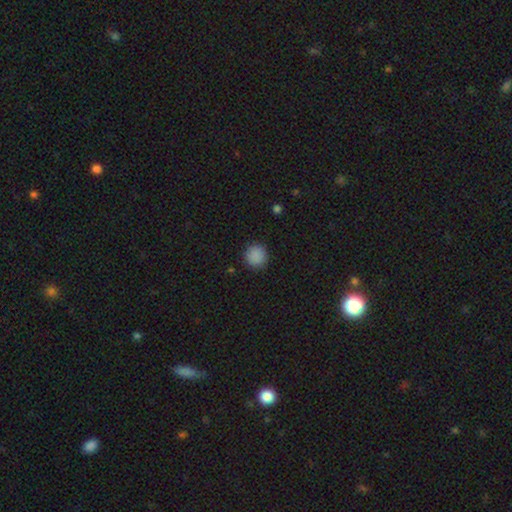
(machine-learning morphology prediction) smooth_or_featured: smooth (p=0.88) [alt: star or artifact p=0.10]
how_rounded: round (p=0.93) [alt: in between p=0.06]
merging: none (p=0.89) [alt: minor disturbance p=0.08]